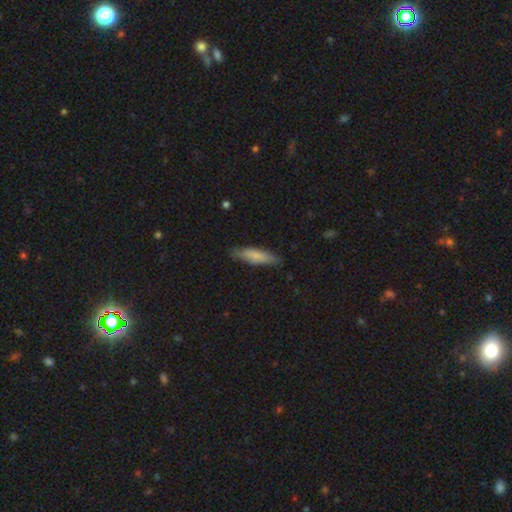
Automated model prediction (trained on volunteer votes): This is likely a smooth galaxy (73%). How rounded: likely cigar-shaped (68%). Merging: likely none (80%).